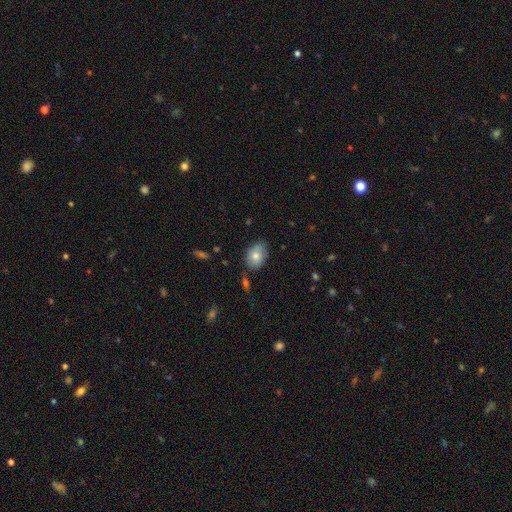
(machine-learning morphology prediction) smooth_or_featured: smooth (p=0.78) [alt: featured or disk p=0.15]
how_rounded: in between (p=0.81) [alt: round p=0.18]
merging: none (p=0.75) [alt: minor disturbance p=0.18]